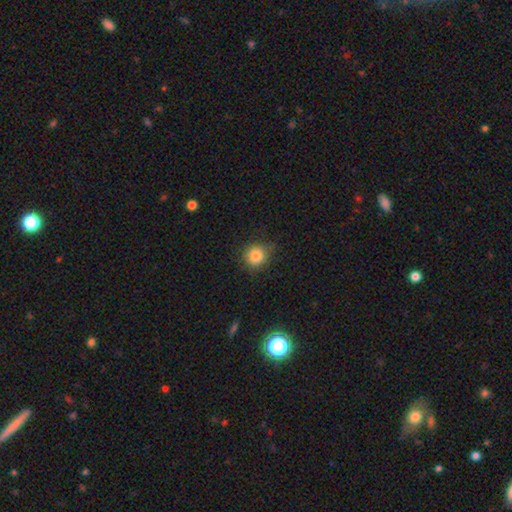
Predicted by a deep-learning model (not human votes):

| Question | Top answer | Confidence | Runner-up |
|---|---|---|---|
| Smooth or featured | smooth | 84% | star or artifact (10%) |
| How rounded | round | 89% | in between (10%) |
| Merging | none | 79% | minor disturbance (16%) |